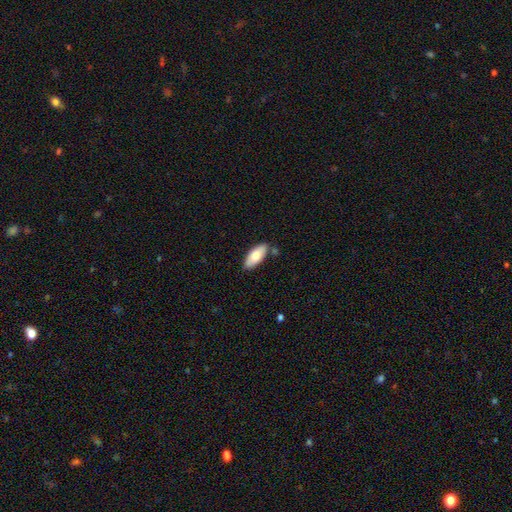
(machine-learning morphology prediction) smooth 74%, featured or disk 20%, star or artifact 6%. Down the decision tree: how rounded — in between (87%); merging — none (78%).